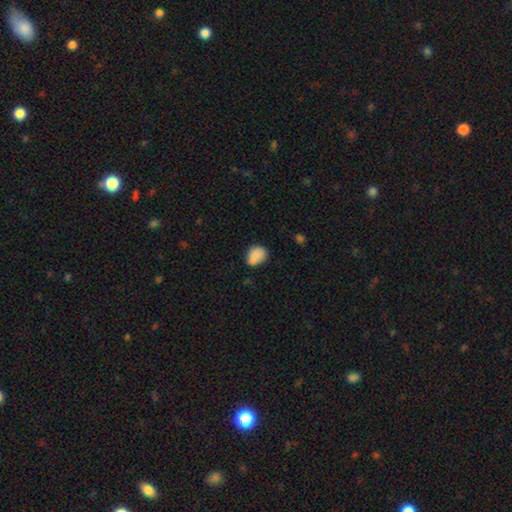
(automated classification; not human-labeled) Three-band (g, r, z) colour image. It shows a smooth galaxy with no disk features (84%) that is in between round and cigar-shaped (62%). Merging: none (61%).